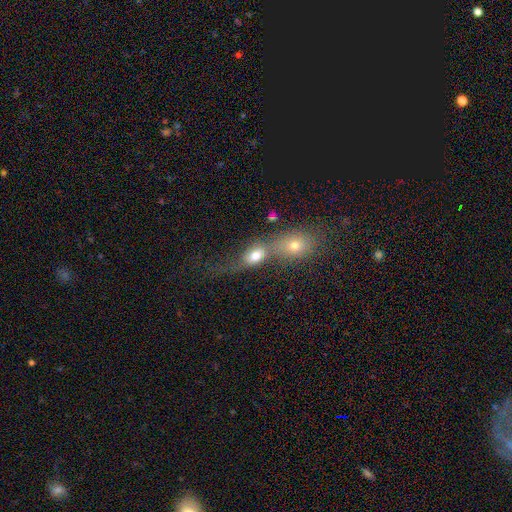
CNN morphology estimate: smooth_or_featured: smooth (p=0.72) [alt: featured or disk p=0.16]
how_rounded: in between (p=0.72) [alt: round p=0.23]
merging: merger (p=0.58) [alt: none p=0.22]